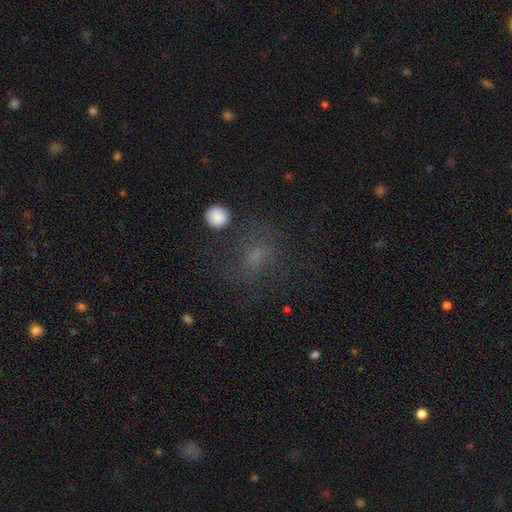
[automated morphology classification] smooth 46%, featured or disk 29%, star or artifact 25%. Down the decision tree: merging — none (58%).